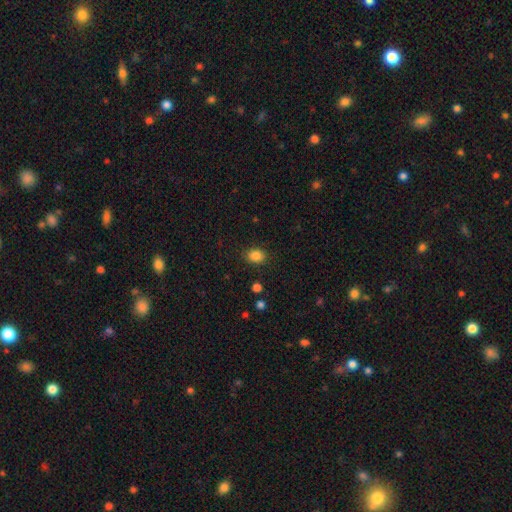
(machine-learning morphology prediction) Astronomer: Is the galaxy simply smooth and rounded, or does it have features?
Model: smooth — 86%.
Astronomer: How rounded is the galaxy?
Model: in between — 58% (runner-up: round, 41%).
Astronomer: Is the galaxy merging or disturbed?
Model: none — 85%.